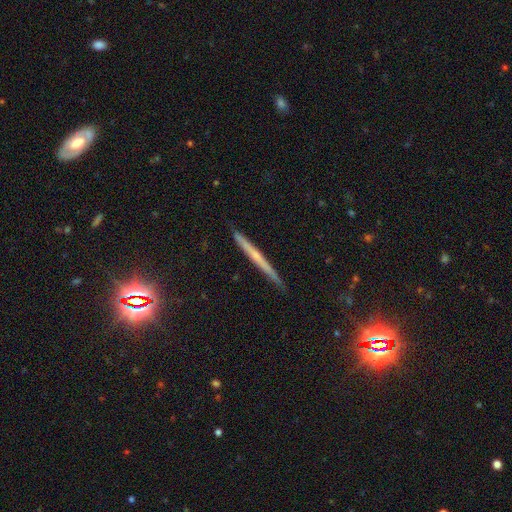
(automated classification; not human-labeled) Q: Smooth or featured?
A: featured or disk (54%); runner-up: smooth (35%)
Q: Edge-on disk?
A: yes (97%); runner-up: no (3%)
Q: Edge-on bulge?
A: none (71%); runner-up: rounded (24%)
Q: Merging?
A: none (88%); runner-up: minor disturbance (9%)